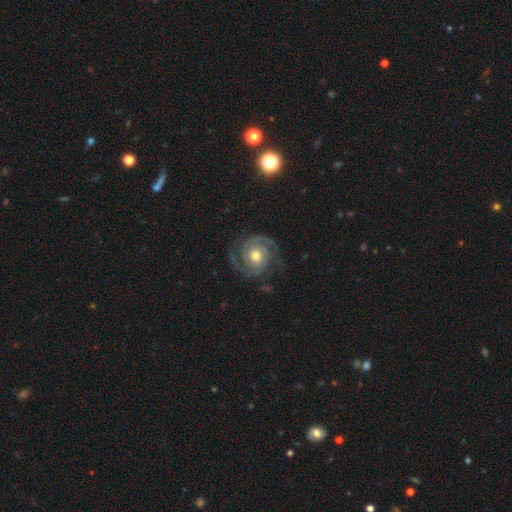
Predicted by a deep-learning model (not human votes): smooth-or-featured: featured or disk: 91% | smooth: 5% | star or artifact: 5%
  disk-edge-on: no: 98% | yes: 2%
    bar: no: 73% | weak: 20% | strong: 6%
    has-spiral-arms: yes: 98% | no: 2%
      spiral-winding: tight: 60% | medium: 34% | loose: 6%
      spiral-arm-count: 2: 82% | 3: 8% | can't tell: 4% | 4: 2% | 1: 2% | more than 4: 2%
    bulge-size: moderate: 73% | small: 18% | large: 8% | none: 1% | dominant: 1%
  merging: none: 80% | minor disturbance: 13% | major disturbance: 6% | merger: 1%